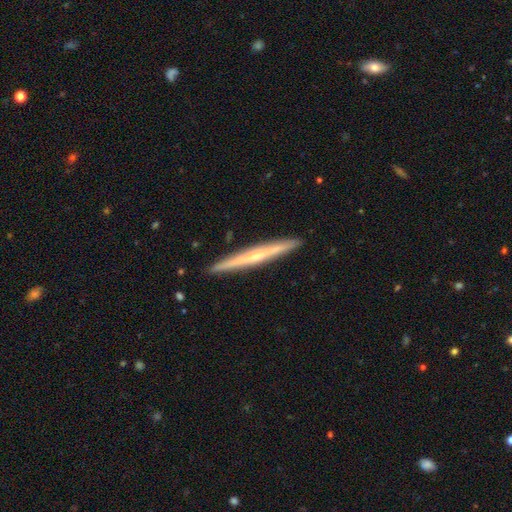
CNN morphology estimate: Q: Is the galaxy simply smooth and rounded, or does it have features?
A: featured or disk — 63%.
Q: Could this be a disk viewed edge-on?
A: yes — 97%.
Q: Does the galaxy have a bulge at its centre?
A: none — 49%.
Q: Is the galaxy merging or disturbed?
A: none — 93%.